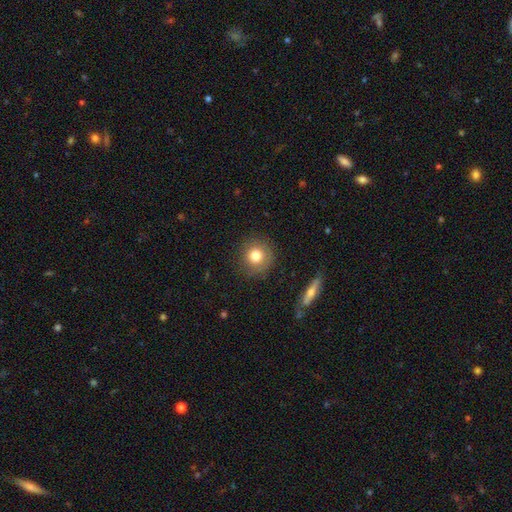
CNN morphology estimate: Q: Smooth or featured?
A: smooth (79%); runner-up: featured or disk (11%)
Q: How rounded?
A: round (92%); runner-up: in between (7%)
Q: Merging?
A: none (84%); runner-up: minor disturbance (11%)